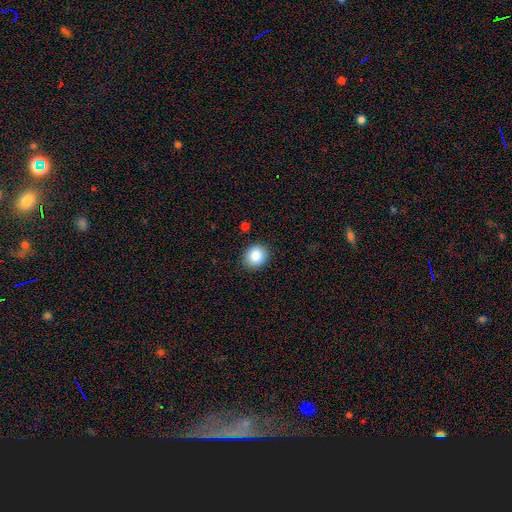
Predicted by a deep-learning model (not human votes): smooth 87%, star or artifact 9%, featured or disk 5%. Down the decision tree: how rounded — round (77%); merging — none (89%).